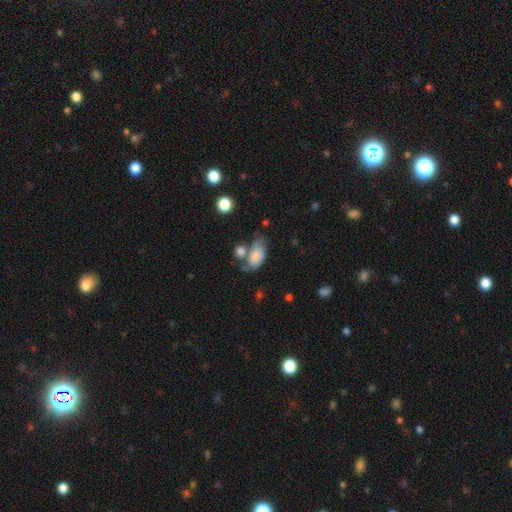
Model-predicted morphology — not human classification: smooth-or-featured: smooth: 74% | featured or disk: 18% | star or artifact: 8%
  how-rounded: in between: 91% | round: 7% | cigar-shaped: 3%
  merging: none: 32% | merger: 30% | minor disturbance: 24% | major disturbance: 14%